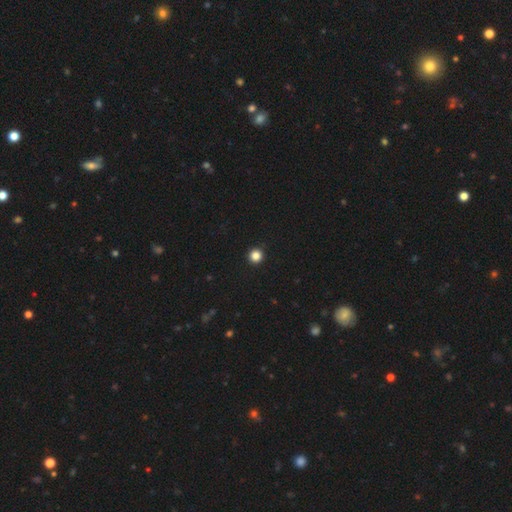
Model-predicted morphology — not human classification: Smooth or featured? Predicted: smooth (p=0.85). How rounded? Predicted: round (p=0.96). Merging? Predicted: none (p=0.94).